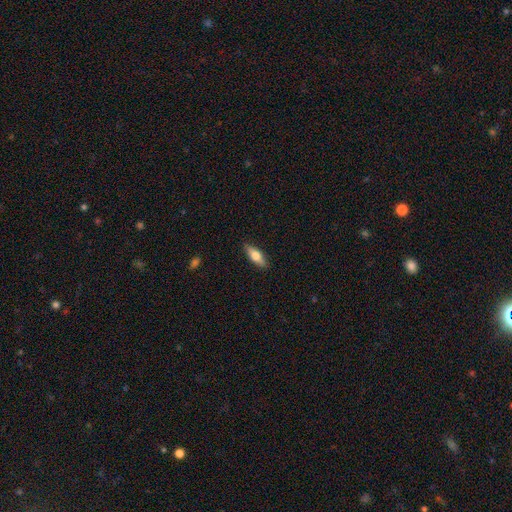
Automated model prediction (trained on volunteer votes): A smooth galaxy with no disk features (66%) that is in between round and cigar-shaped (62%). Merging: none (88%).